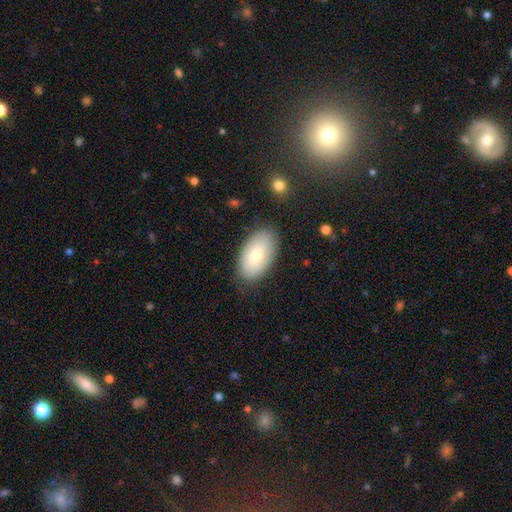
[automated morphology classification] This is likely a smooth galaxy (76%). How rounded: clearly in between (95%). Merging: clearly none (82%).